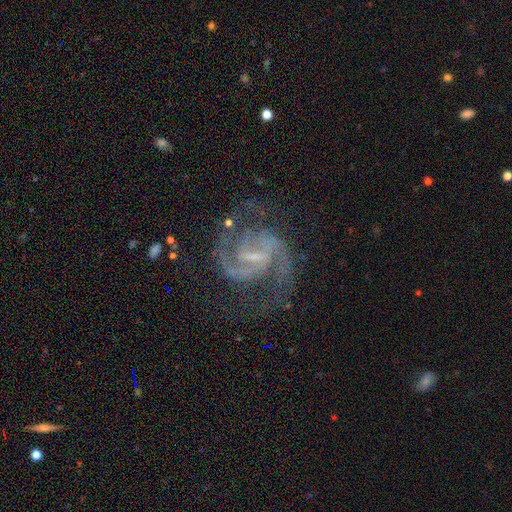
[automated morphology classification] Smooth or featured?
  - featured or disk: 91% *
  - star or artifact: 6%
  - smooth: 3%
Edge-on disk?
  - no: 98% *
  - yes: 2%
Bar?
  - weak: 50% *
  - strong: 36%
  - no: 14%
Spiral arms?
  - yes: 98% *
  - no: 2%
Spiral winding?
  - medium: 60% *
  - tight: 28%
  - loose: 12%
Spiral arm count?
  - 2: 90% *
  - 3: 3%
  - can't tell: 3%
  - 1: 1%
  - 4: 1%
  - more than 4: 1%
Bulge size?
  - small: 59% *
  - none: 25%
  - moderate: 13%
  - large: 1%
  - dominant: 1%
Merging?
  - none: 75% *
  - minor disturbance: 14%
  - major disturbance: 9%
  - merger: 2%